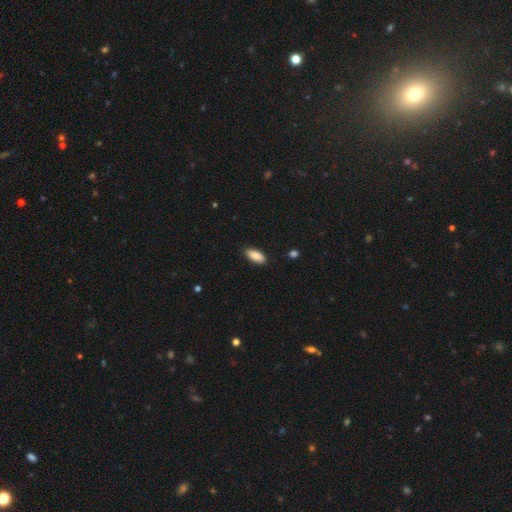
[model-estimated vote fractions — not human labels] This is clearly a smooth galaxy (89%). How rounded: clearly in between (88%). Merging: clearly none (87%).